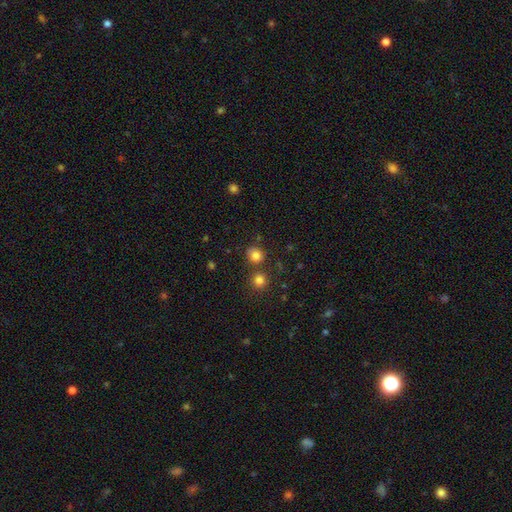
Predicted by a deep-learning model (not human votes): The model was most divided on "merging": none: 74%, merger: 13%, minor disturbance: 9%, major disturbance: 3%. More confident: smooth or featured — smooth (81%); how rounded — round (81%).